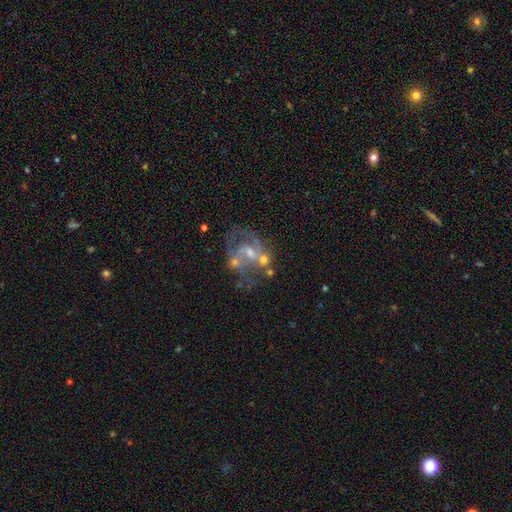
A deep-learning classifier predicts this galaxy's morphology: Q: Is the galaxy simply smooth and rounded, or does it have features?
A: featured or disk — 78%.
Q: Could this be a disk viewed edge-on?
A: no — 98%.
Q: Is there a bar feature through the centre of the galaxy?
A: no — 45%.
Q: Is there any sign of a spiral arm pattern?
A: yes — 75%.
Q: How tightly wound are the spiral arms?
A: medium — 46%.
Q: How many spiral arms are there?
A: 2 — 67%.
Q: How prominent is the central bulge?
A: small — 48%.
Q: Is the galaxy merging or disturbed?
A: none — 39%.